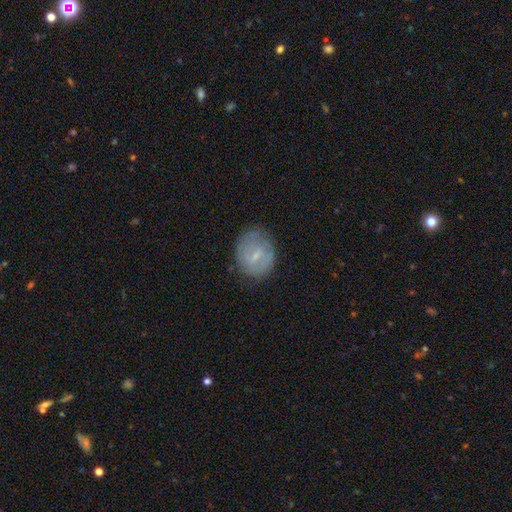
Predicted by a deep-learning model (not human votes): A featured or disk galaxy (54%) with a weak bar (61%), spiral arms (70%) and a small central bulge (66%).

Vote fractions:
- Smooth or featured? featured or disk: 54% / smooth: 38% / star or artifact: 8%
- Edge-on disk? no: 96% / yes: 4%
- Bar? weak: 61% / no: 21% / strong: 18%
- Spiral arms? yes: 70% / no: 30%
- Bulge size? small: 66% / moderate: 19% / none: 13% / large: 1% / dominant: 1%
- Merging? none: 72% / minor disturbance: 20% / major disturbance: 7% / merger: 1%